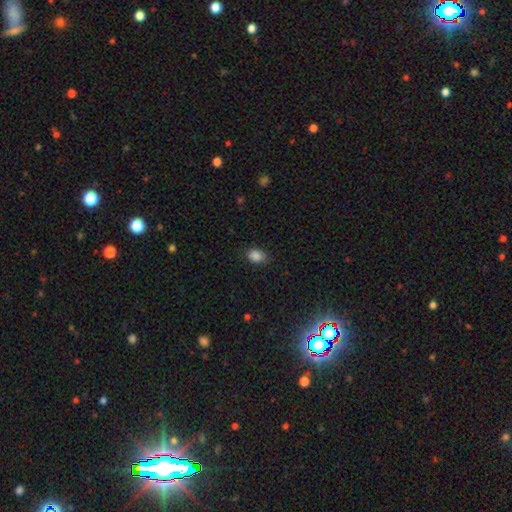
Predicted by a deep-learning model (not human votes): Q: Smooth or featured?
A: smooth (86%); runner-up: star or artifact (10%)
Q: How rounded?
A: in between (73%); runner-up: round (26%)
Q: Merging?
A: none (79%); runner-up: minor disturbance (16%)